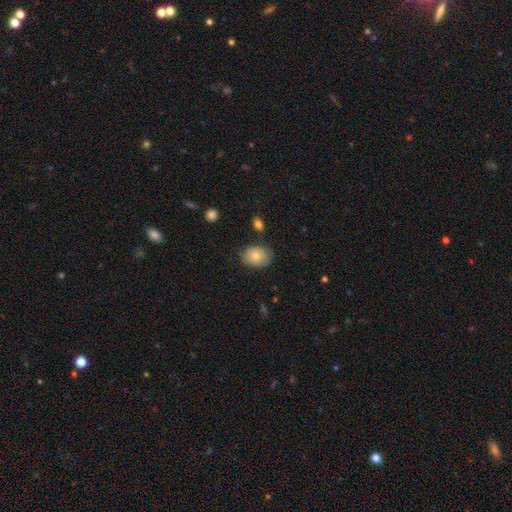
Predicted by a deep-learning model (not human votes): smooth 78%, featured or disk 14%, star or artifact 7%. Down the decision tree: how rounded — in between (70%); merging — none (75%).